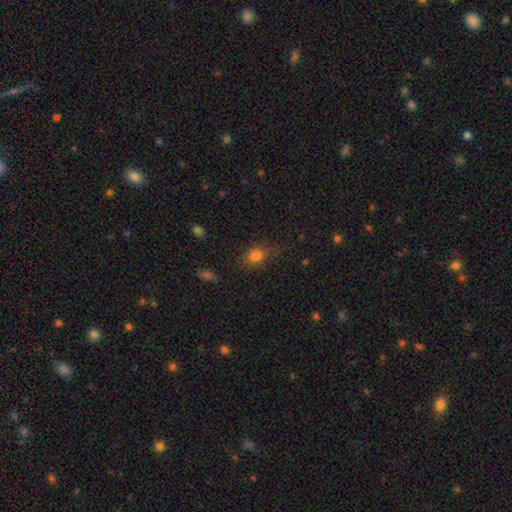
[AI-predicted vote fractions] Smooth or featured? smooth (79%)
How rounded? in between (51%)
Merging? none (71%)